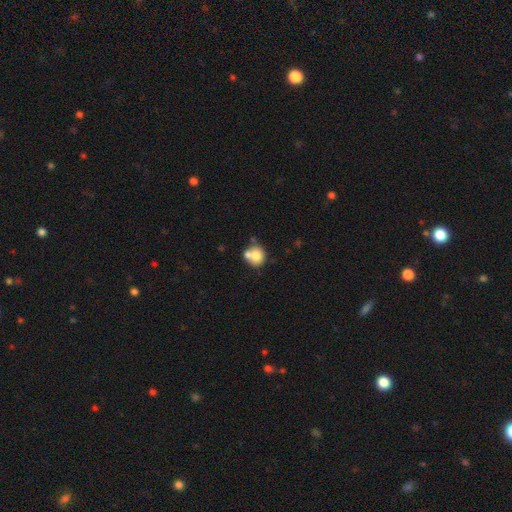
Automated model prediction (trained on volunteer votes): smooth 73%, featured or disk 17%, star or artifact 10%. Down the decision tree: how rounded — round (83%); merging — none (47%).